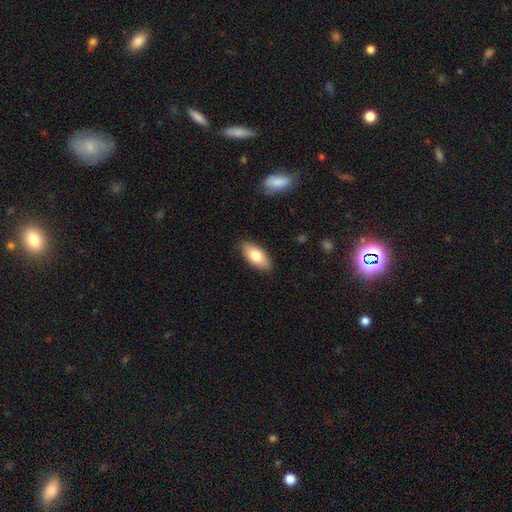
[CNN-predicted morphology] Smooth or featured: smooth — 77% (featured or disk — 16%)
How rounded: in between — 88% (cigar-shaped — 9%)
Merging: none — 87% (minor disturbance — 10%)